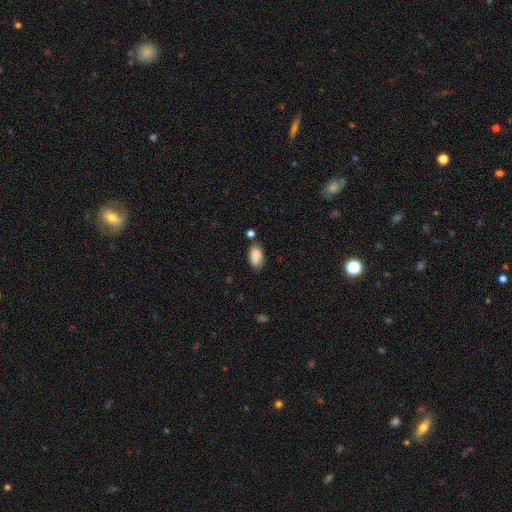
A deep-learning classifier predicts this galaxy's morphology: smooth_or_featured: smooth (p=0.87) [alt: star or artifact p=0.07]
how_rounded: in between (p=0.93) [alt: round p=0.04]
merging: none (p=0.69) [alt: minor disturbance p=0.19]